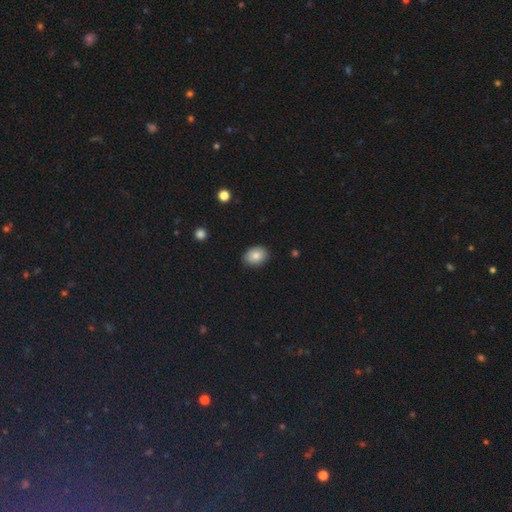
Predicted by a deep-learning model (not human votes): The model was most divided on "how rounded": in between: 74%, round: 25%, cigar-shaped: 1%. More confident: merging — none (86%); smooth or featured — smooth (83%).